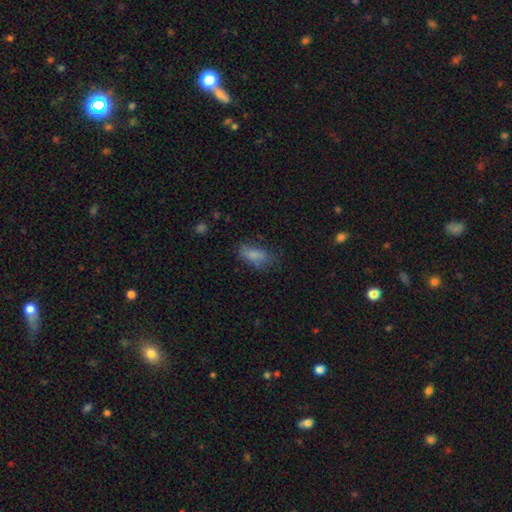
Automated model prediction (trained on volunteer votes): This is likely a smooth galaxy (78%). How rounded: clearly in between (85%). Merging: possibly none (55%).